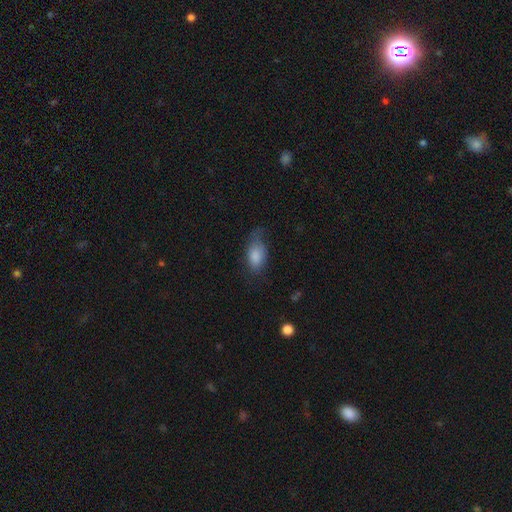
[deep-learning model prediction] smooth-or-featured: smooth: 82% | featured or disk: 11% | star or artifact: 7%
  how-rounded: in between: 91% | round: 6% | cigar-shaped: 4%
  merging: none: 44% | minor disturbance: 35% | major disturbance: 20% | merger: 2%